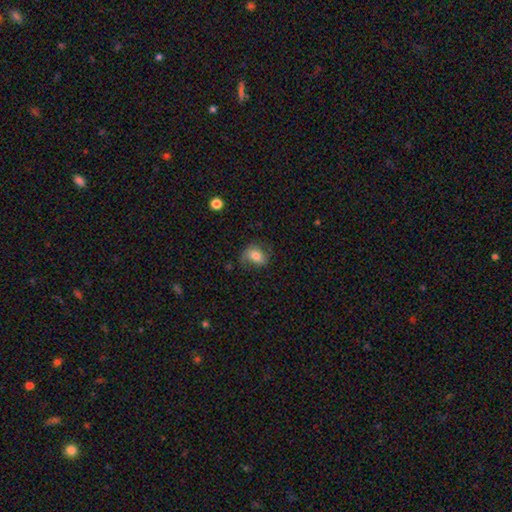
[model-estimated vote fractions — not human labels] A smooth galaxy with no disk features (64%) that is in between round and cigar-shaped (65%).

Vote fractions:
- Smooth or featured? smooth: 64% / featured or disk: 27% / star or artifact: 9%
- How rounded? in between: 65% / round: 33% / cigar-shaped: 2%
- Merging? none: 59% / minor disturbance: 26% / major disturbance: 14% / merger: 2%